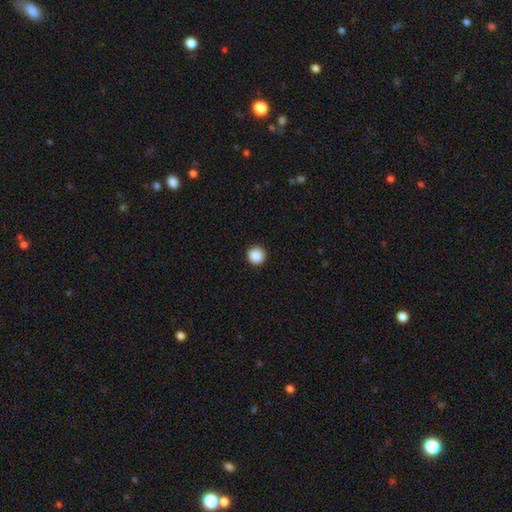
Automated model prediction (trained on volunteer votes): Overall: smooth (89%). How rounded: round (96%). Merging: none (93%).